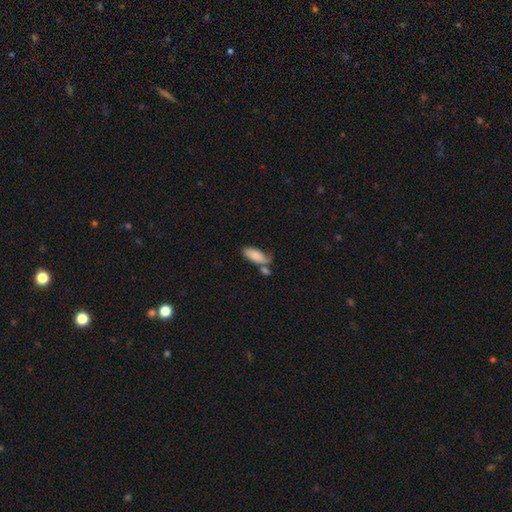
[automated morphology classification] The model was most divided on "merging": none: 43%, merger: 25%, minor disturbance: 22%, major disturbance: 10%. More confident: how rounded — in between (78%); smooth or featured — smooth (76%).